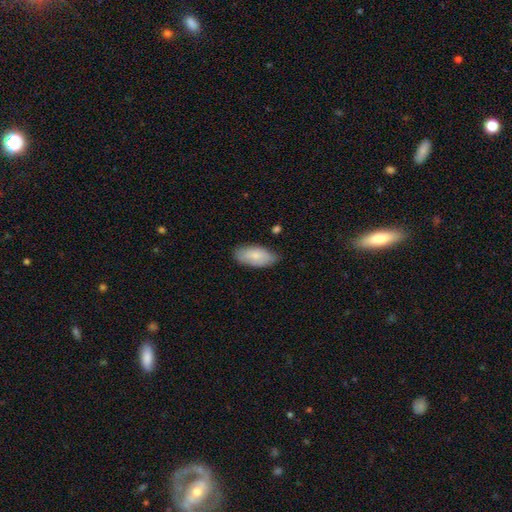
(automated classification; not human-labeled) Smooth or featured? smooth (80%)
How rounded? in between (93%)
Merging? none (73%)